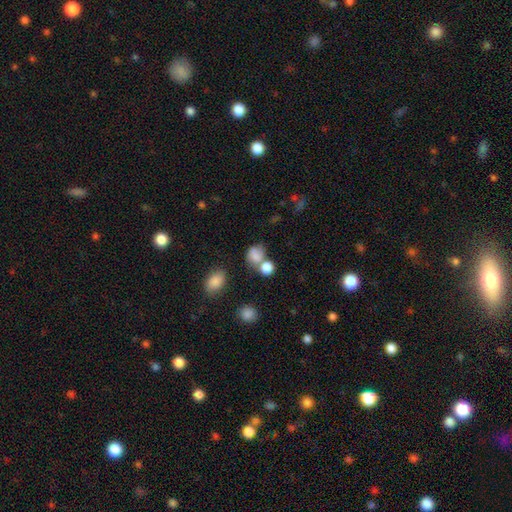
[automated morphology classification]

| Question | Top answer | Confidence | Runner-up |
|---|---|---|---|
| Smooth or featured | smooth | 77% | star or artifact (12%) |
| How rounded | round | 61% | in between (38%) |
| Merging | none | 39% | merger (36%) |